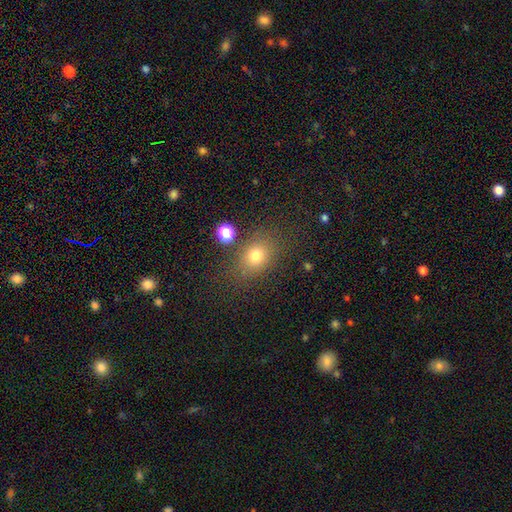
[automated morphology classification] Overall: smooth (75%). How rounded: in between (59%; round 40%). Merging: none (76%).